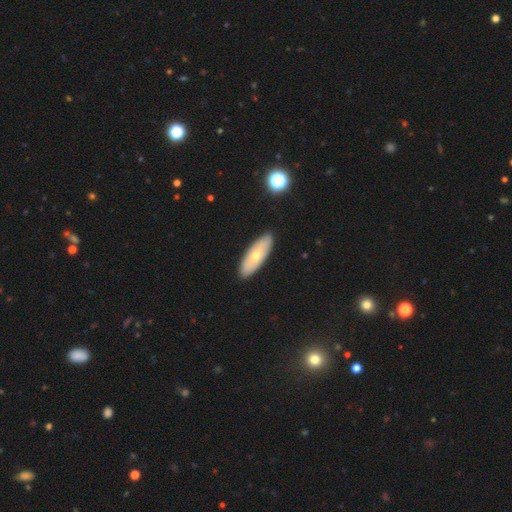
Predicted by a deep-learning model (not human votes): Morphology: type=smooth (58%); roundness=in between (66%); merging=none (89%).